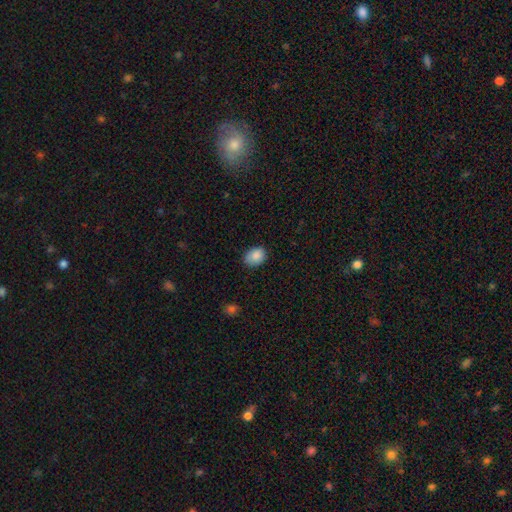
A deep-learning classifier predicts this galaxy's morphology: Q: Smooth or featured?
A: smooth (87%); runner-up: star or artifact (8%)
Q: How rounded?
A: in between (61%); runner-up: round (38%)
Q: Merging?
A: none (80%); runner-up: minor disturbance (17%)